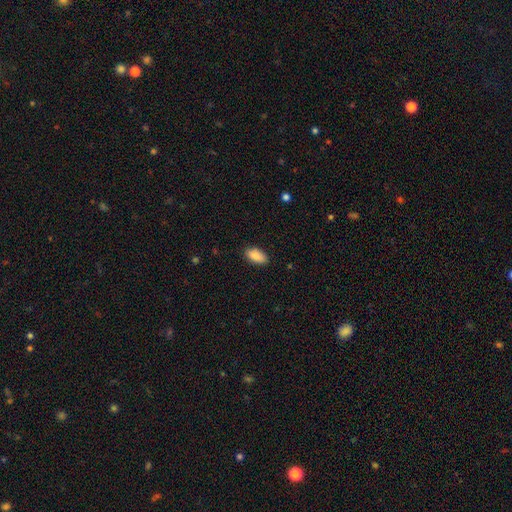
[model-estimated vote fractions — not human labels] A smooth galaxy with no disk features (90%) that is in between round and cigar-shaped (92%). Merging: none (86%).